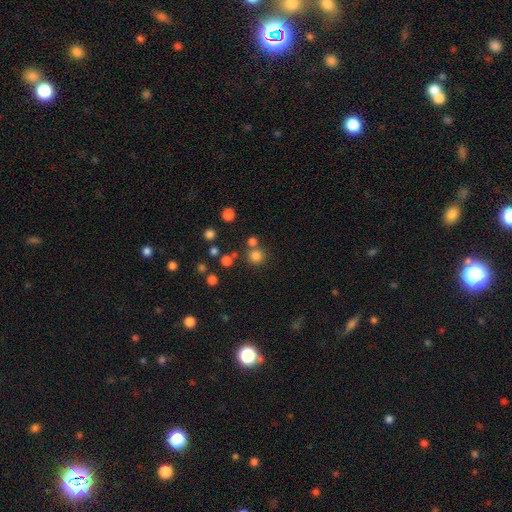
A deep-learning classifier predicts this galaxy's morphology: Q: Smooth or featured?
A: smooth (78%); runner-up: star or artifact (17%)
Q: How rounded?
A: round (93%); runner-up: in between (6%)
Q: Merging?
A: none (75%); runner-up: merger (15%)